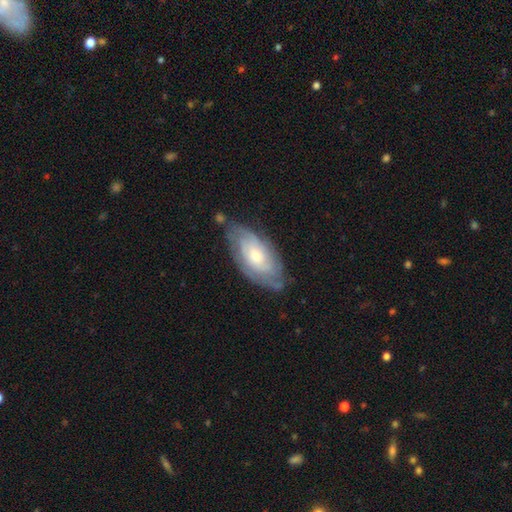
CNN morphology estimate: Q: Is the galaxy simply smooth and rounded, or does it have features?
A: featured or disk — 66%.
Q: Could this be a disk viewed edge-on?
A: no — 91%.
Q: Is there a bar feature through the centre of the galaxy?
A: no — 74%.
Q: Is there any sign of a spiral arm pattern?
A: yes — 82%.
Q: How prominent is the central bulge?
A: moderate — 52%.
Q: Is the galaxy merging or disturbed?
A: none — 66%.